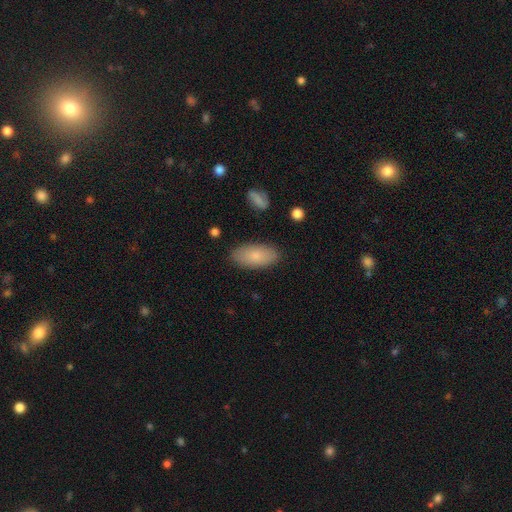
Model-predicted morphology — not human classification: Smooth or featured: smooth — 80% (featured or disk — 13%)
How rounded: in between — 91% (cigar-shaped — 6%)
Merging: none — 86% (minor disturbance — 11%)